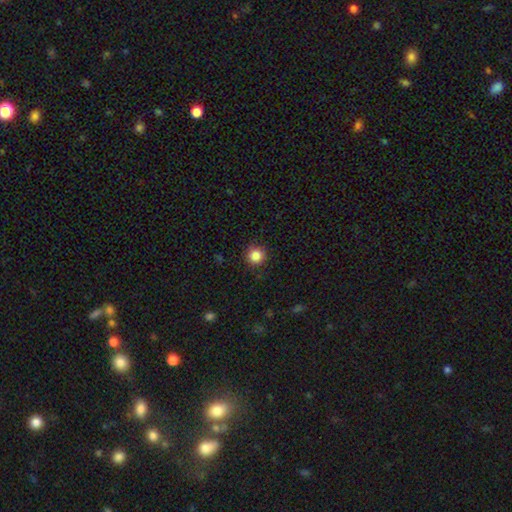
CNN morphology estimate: Overall: smooth (85%). How rounded: round (94%). Merging: none (89%).